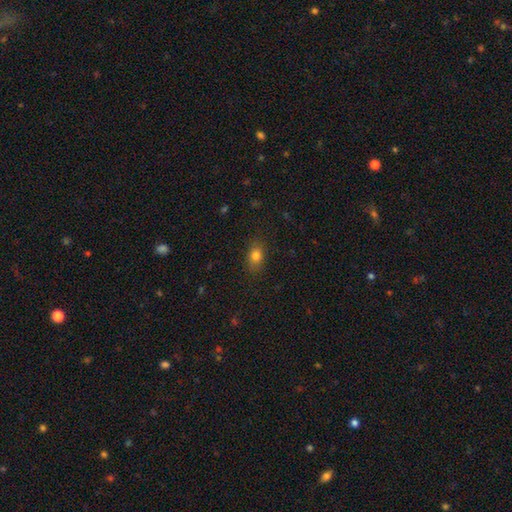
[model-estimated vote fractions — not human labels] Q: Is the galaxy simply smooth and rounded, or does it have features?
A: smooth — 79%.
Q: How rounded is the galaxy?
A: in between — 71%.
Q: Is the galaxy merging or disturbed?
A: none — 84%.